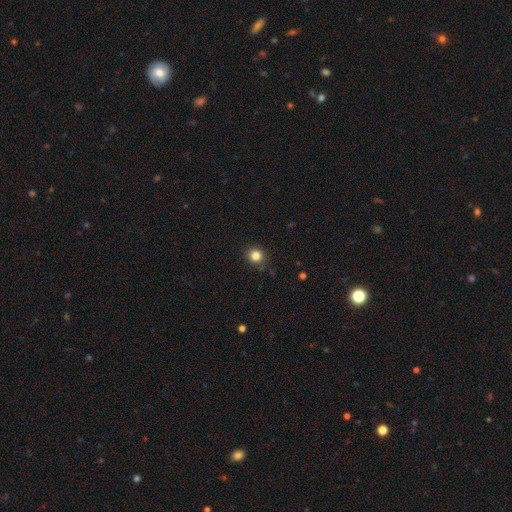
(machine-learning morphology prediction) smooth-or-featured: smooth: 83% | star or artifact: 12% | featured or disk: 5%
  how-rounded: round: 88% | in between: 11% | cigar-shaped: 1%
  merging: none: 87% | minor disturbance: 9% | major disturbance: 2% | merger: 1%